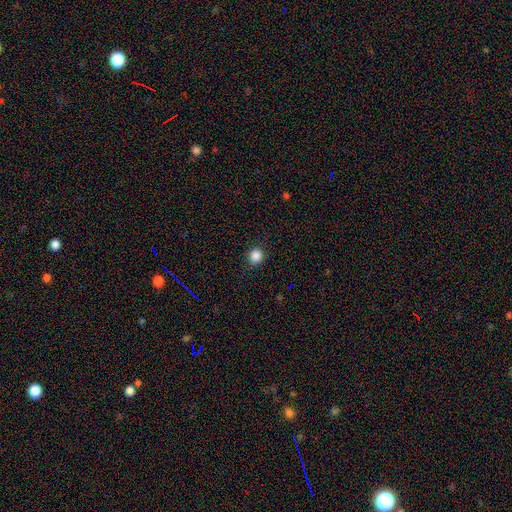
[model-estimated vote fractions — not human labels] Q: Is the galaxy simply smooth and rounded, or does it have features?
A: smooth — 86%.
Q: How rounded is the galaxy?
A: round — 85%.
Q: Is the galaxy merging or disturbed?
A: none — 89%.